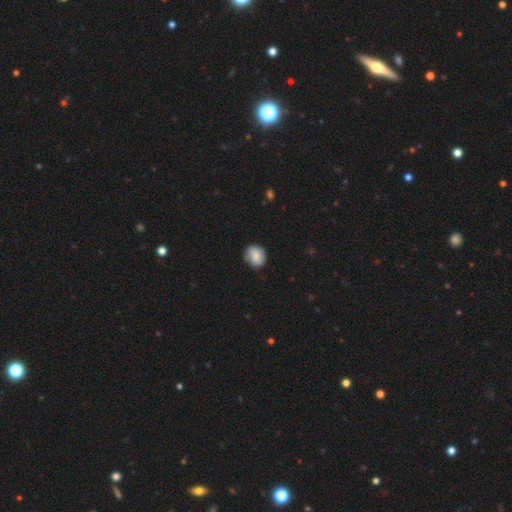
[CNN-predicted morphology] smooth-or-featured: smooth: 75% | featured or disk: 17% | star or artifact: 7%
  how-rounded: round: 62% | in between: 37% | cigar-shaped: 1%
  merging: none: 76% | minor disturbance: 19% | major disturbance: 4% | merger: 1%